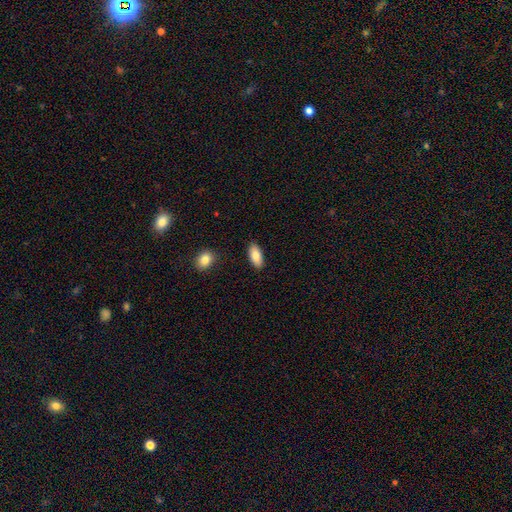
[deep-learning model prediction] The model was most divided on "smooth or featured": smooth: 84%, featured or disk: 10%, star or artifact: 6%. More confident: merging — none (88%); how rounded — in between (88%).